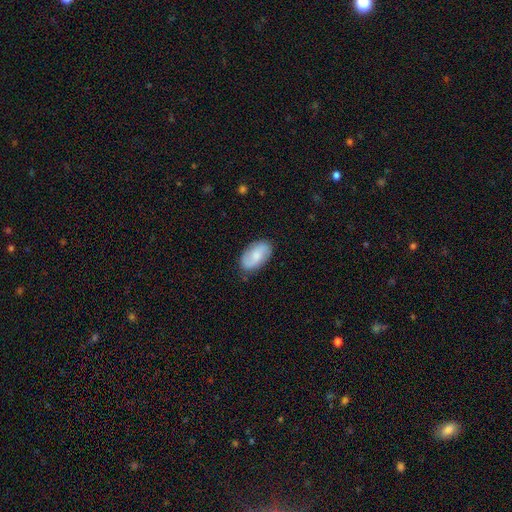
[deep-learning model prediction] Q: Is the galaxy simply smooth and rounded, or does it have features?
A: smooth — 52%.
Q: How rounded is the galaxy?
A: in between — 94%.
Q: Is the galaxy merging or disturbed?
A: none — 83%.